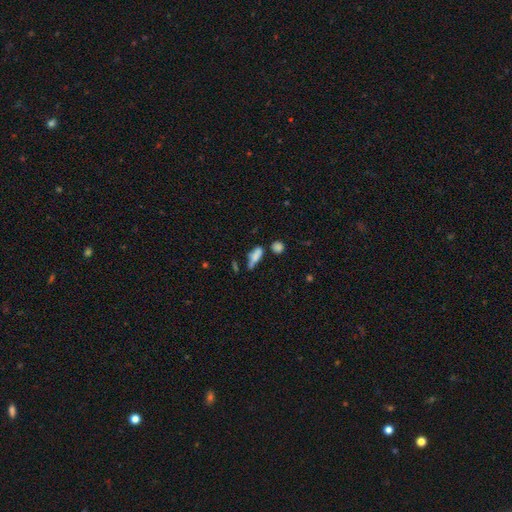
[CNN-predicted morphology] A smooth galaxy with no disk features (70%) that is in between round and cigar-shaped (54%). Merging: none (39%).